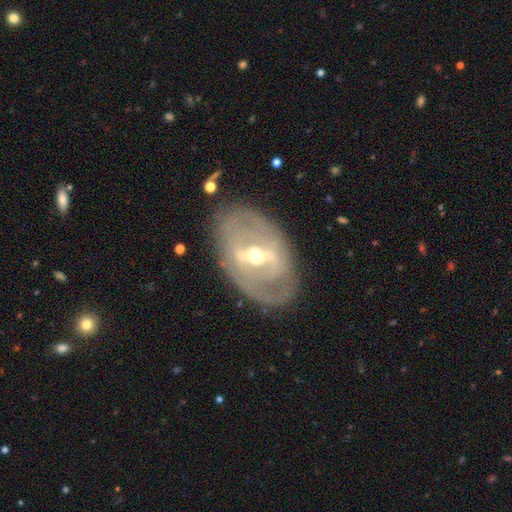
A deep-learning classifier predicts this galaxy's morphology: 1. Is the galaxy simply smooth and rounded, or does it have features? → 80% featured or disk, 14% smooth, 5% star or artifact.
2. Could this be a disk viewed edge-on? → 91% no, 9% yes.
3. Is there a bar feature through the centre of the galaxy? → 59% strong, 30% weak, 11% no.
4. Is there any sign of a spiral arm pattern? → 52% yes, 48% no.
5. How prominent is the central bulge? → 62% moderate, 32% small, 4% large, 1% dominant, 1% none.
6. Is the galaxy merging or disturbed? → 79% none, 13% minor disturbance, 6% major disturbance, 1% merger.